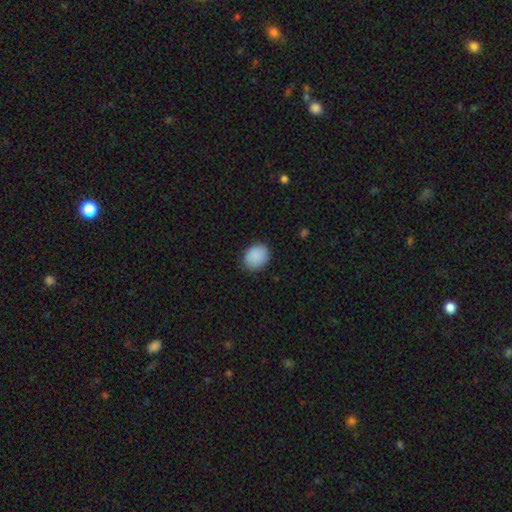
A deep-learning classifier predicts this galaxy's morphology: type=smooth (89%); roundness=round (55%); merging=none (82%).